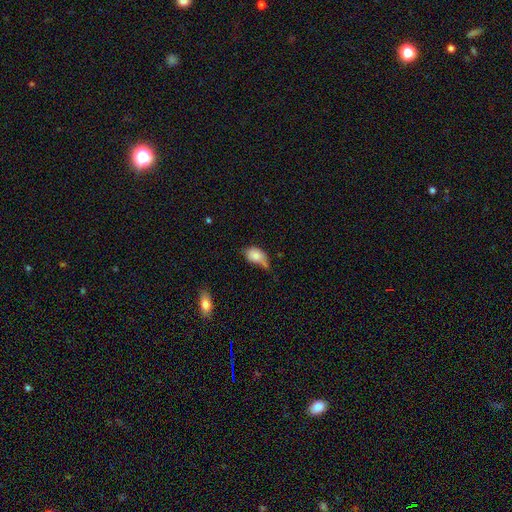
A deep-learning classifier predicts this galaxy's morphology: type=smooth (78%); roundness=in between (81%); merging=minor disturbance (41%).